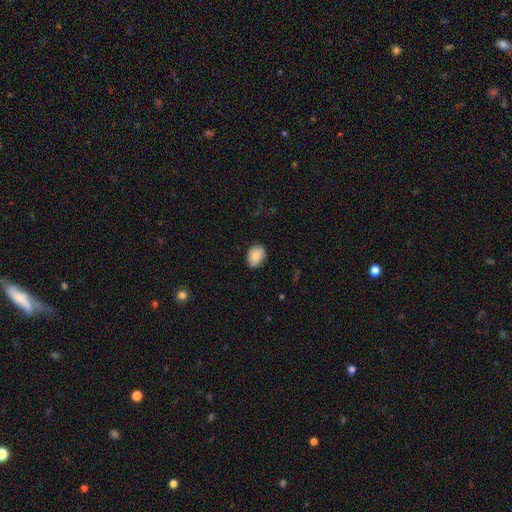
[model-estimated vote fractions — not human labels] Q: Smooth or featured?
A: smooth (84%); runner-up: featured or disk (9%)
Q: How rounded?
A: in between (75%); runner-up: round (24%)
Q: Merging?
A: none (83%); runner-up: minor disturbance (14%)